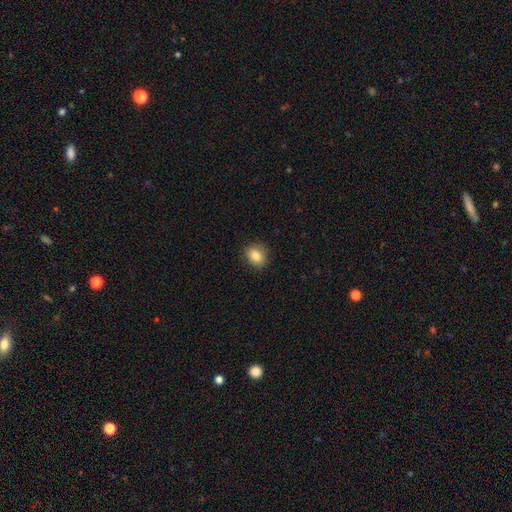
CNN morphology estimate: smooth 83%, star or artifact 9%, featured or disk 7%. Down the decision tree: how rounded — in between (52%); merging — none (86%).